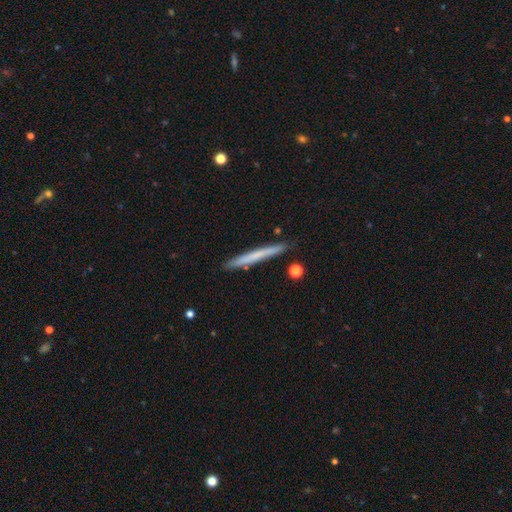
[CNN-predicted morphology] smooth-or-featured: smooth: 59% | featured or disk: 35% | star or artifact: 6%
  how-rounded: cigar-shaped: 97% | in between: 2% | round: 1%
  merging: none: 90% | minor disturbance: 7% | merger: 2% | major disturbance: 1%